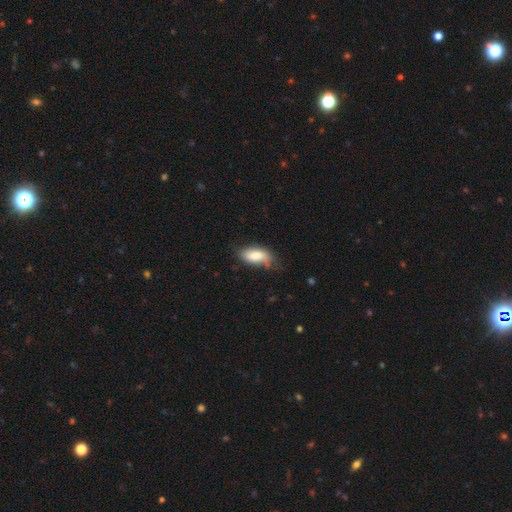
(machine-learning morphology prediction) The model was most divided on "merging": none: 55%, minor disturbance: 34%, major disturbance: 9%, merger: 2%. More confident: how rounded — in between (89%); smooth or featured — smooth (80%).